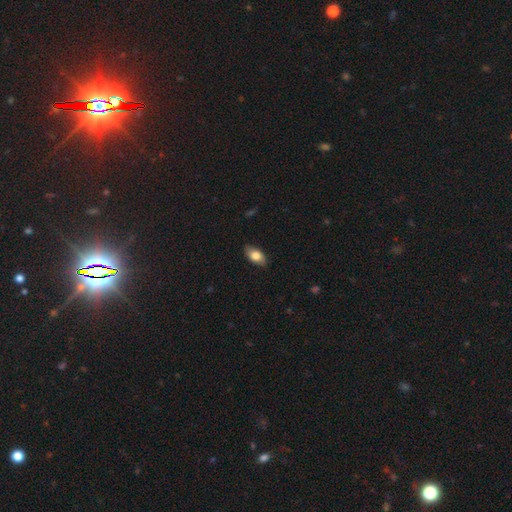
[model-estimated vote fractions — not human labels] Overall: smooth (78%). How rounded: in between (91%). Merging: none (86%).